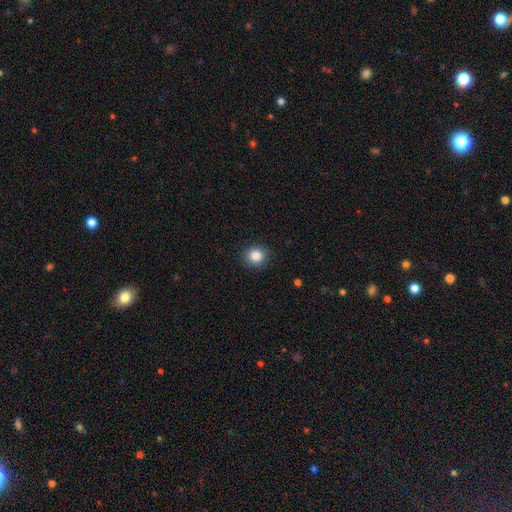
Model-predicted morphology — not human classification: Smooth or featured?
  - smooth: 86% *
  - star or artifact: 10%
  - featured or disk: 4%
How rounded?
  - round: 86% *
  - in between: 13%
  - cigar-shaped: 1%
Merging?
  - none: 90% *
  - minor disturbance: 7%
  - major disturbance: 2%
  - merger: 1%